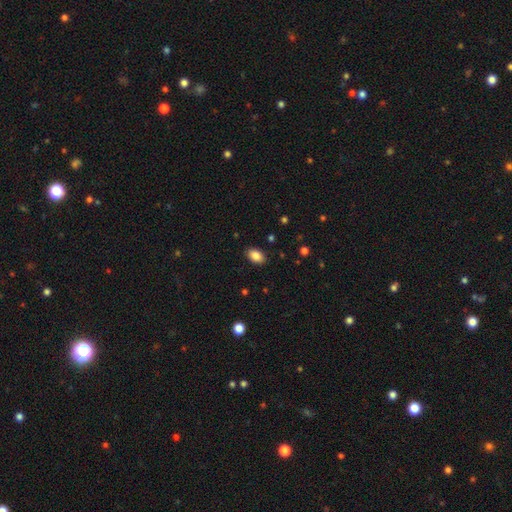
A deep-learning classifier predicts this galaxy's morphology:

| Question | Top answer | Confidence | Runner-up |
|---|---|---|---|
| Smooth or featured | smooth | 87% | star or artifact (8%) |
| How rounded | in between | 89% | round (10%) |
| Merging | none | 88% | minor disturbance (9%) |